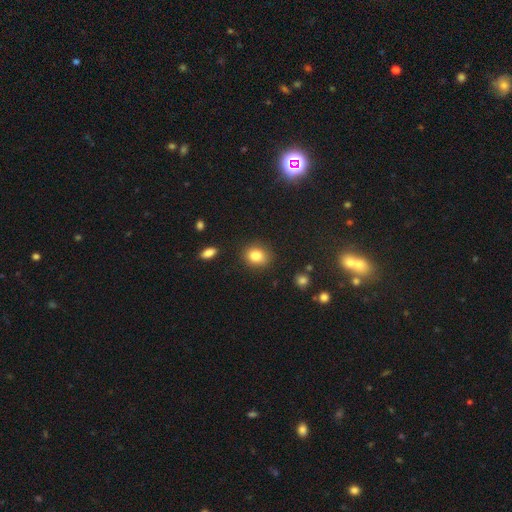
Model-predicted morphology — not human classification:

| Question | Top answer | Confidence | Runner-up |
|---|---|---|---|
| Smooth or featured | smooth | 83% | star or artifact (10%) |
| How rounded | round | 56% | in between (43%) |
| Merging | none | 86% | minor disturbance (10%) |